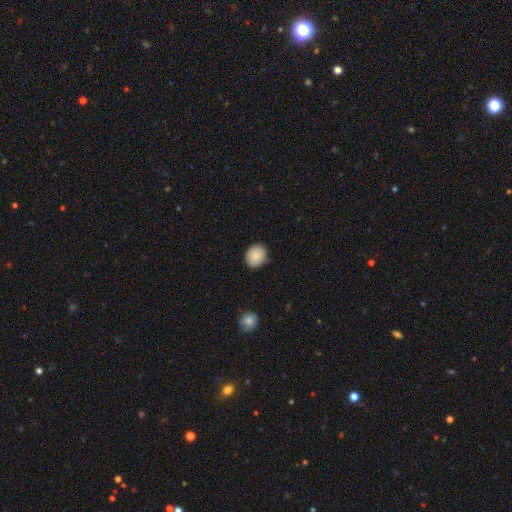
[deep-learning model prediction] The model was most divided on "how rounded": round: 70%, in between: 29%, cigar-shaped: 1%. More confident: smooth or featured — smooth (85%); merging — none (80%).